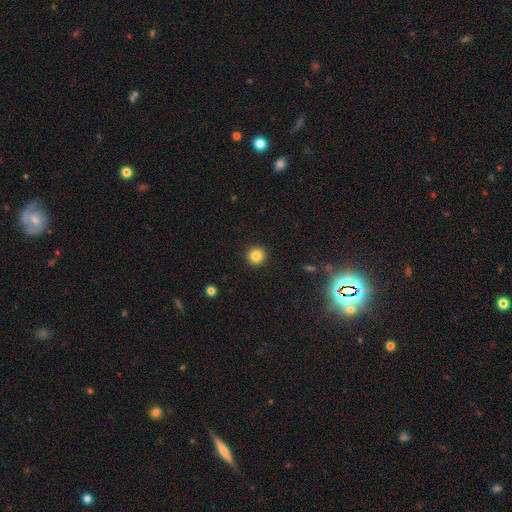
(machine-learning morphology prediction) smooth 83%, star or artifact 11%, featured or disk 6%. Down the decision tree: how rounded — round (95%); merging — none (93%).